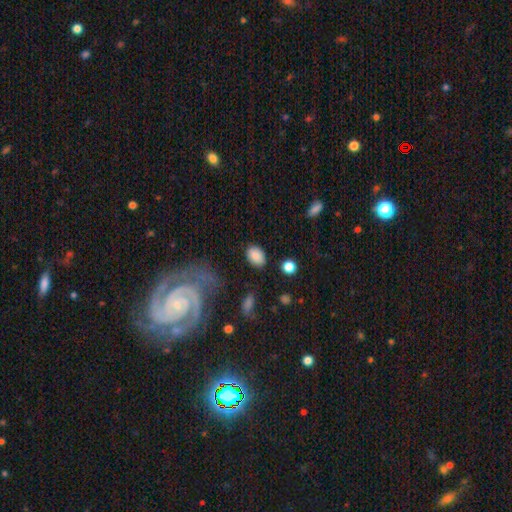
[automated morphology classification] smooth_or_featured: smooth (p=0.87) [alt: star or artifact p=0.08]
how_rounded: in between (p=0.84) [alt: round p=0.15]
merging: none (p=0.82) [alt: minor disturbance p=0.12]